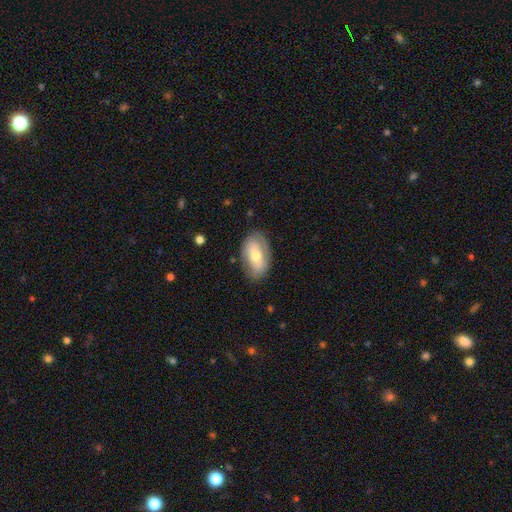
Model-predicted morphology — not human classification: Smooth or featured: smooth — 53% (featured or disk — 40%)
How rounded: in between — 90% (round — 7%)
Merging: none — 77% (minor disturbance — 16%)